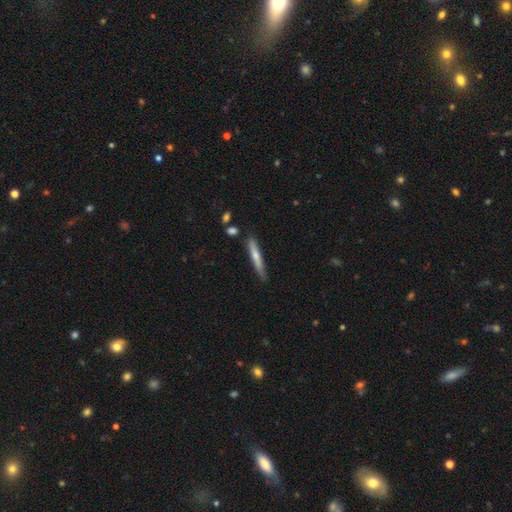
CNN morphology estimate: A smooth galaxy with no disk features (56%) that is cigar-shaped (93%).

Vote fractions:
- Smooth or featured? smooth: 56% / featured or disk: 38% / star or artifact: 6%
- How rounded? cigar-shaped: 93% / in between: 5% / round: 1%
- Merging? none: 79% / minor disturbance: 15% / merger: 3% / major disturbance: 2%